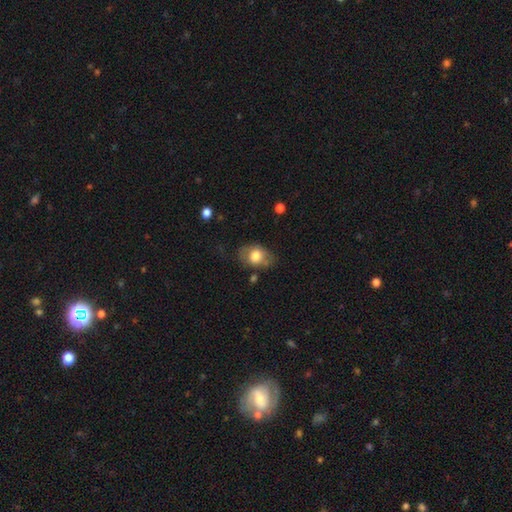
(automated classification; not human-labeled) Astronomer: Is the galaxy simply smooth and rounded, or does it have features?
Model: smooth — 72%.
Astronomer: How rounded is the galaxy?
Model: in between — 74%.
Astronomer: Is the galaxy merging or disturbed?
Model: none — 65%.